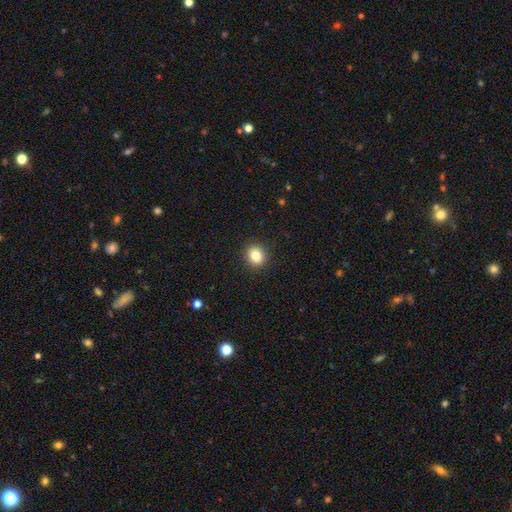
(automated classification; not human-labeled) The model was most divided on "how rounded": round: 81%, in between: 19%, cigar-shaped: 1%. More confident: merging — none (92%); smooth or featured — smooth (83%).